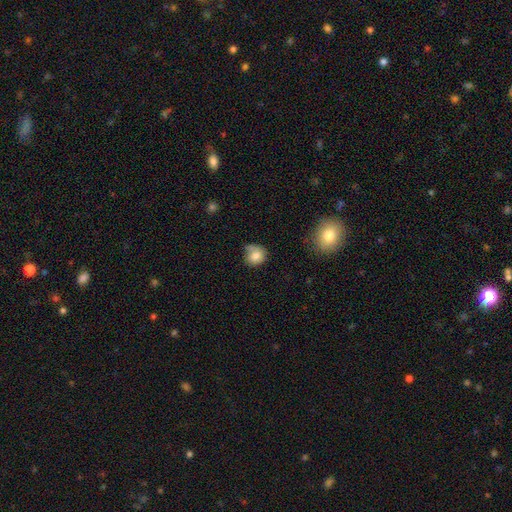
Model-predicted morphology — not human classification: smooth-or-featured: smooth: 77% | featured or disk: 14% | star or artifact: 10%
  how-rounded: round: 73% | in between: 26% | cigar-shaped: 1%
  merging: none: 48% | minor disturbance: 28% | major disturbance: 13% | merger: 11%